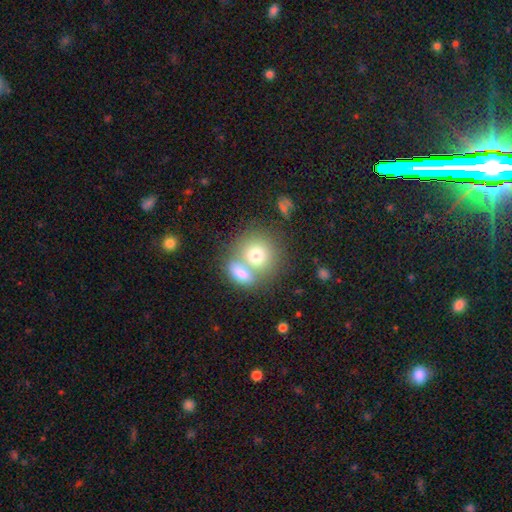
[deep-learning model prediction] Smooth or featured? Predicted: smooth (p=0.74). How rounded? Predicted: round (p=0.79). Merging? Predicted: merger (p=0.48).